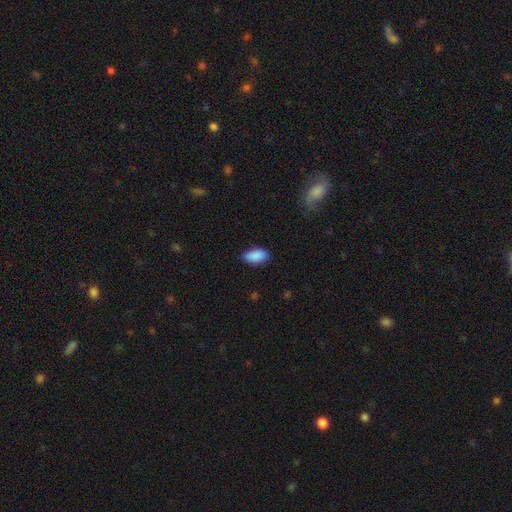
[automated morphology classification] This appears to be a smooth galaxy with no disk features (90%) that is in between round and cigar-shaped (93%). Merging: none (85%).